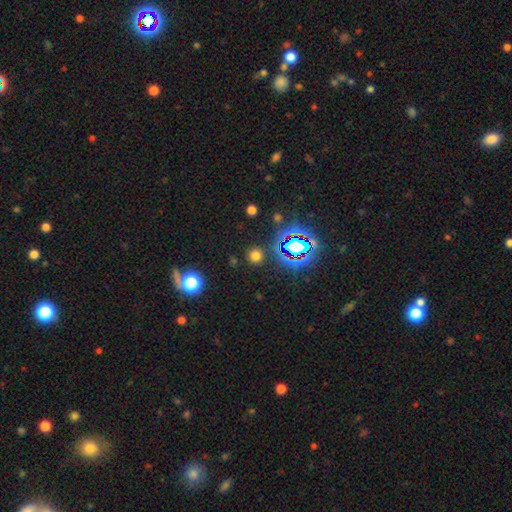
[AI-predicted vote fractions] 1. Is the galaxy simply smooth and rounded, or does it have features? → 66% smooth, 28% star or artifact, 6% featured or disk.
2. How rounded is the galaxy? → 92% round, 7% in between, 1% cigar-shaped.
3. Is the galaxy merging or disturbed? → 87% none, 7% minor disturbance, 3% merger, 3% major disturbance.